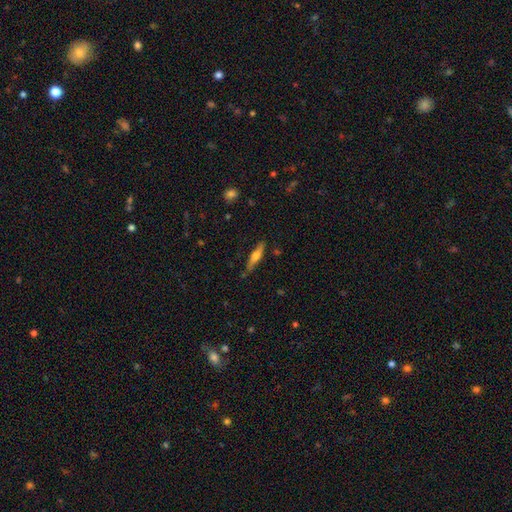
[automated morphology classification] Smooth or featured: smooth — 50% (featured or disk — 44%)
How rounded: cigar-shaped — 81% (in between — 18%)
Merging: none — 80% (minor disturbance — 15%)